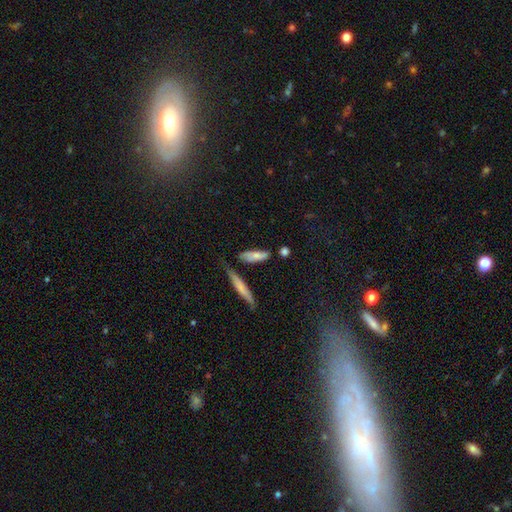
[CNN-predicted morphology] This appears to be a smooth galaxy with no disk features (65%) that is cigar-shaped (53%). Merging: none (62%).